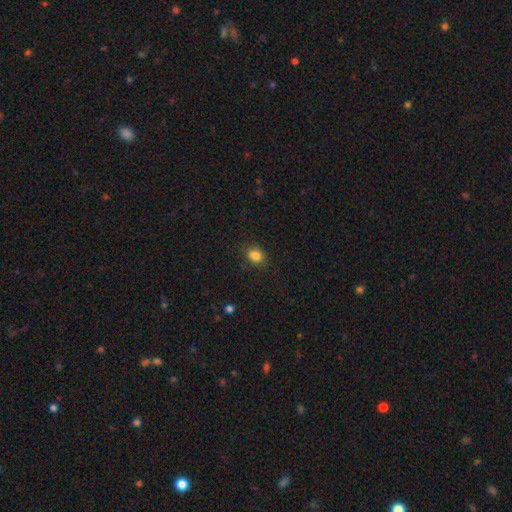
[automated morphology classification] Overall: smooth (83%). How rounded: round (50%; in between 49%). Merging: none (82%).